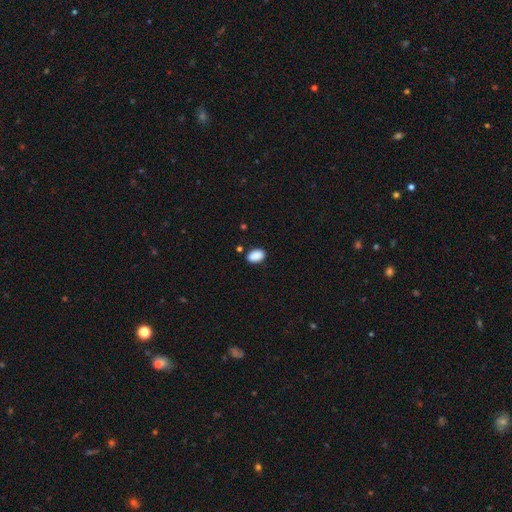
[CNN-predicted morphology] The model was most divided on "merging": none: 83%, minor disturbance: 12%, major disturbance: 3%, merger: 2%. More confident: smooth or featured — smooth (89%); how rounded — in between (89%).